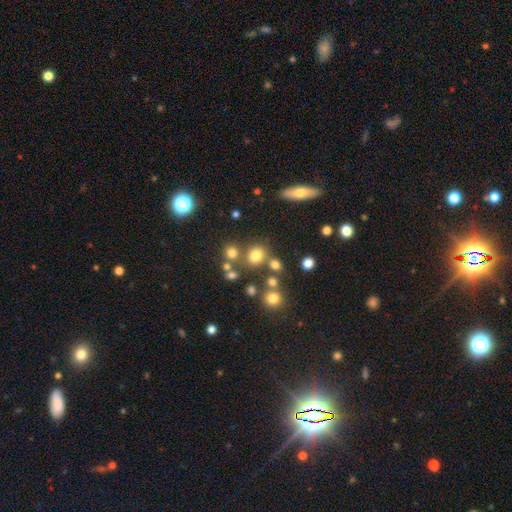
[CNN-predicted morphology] smooth_or_featured: smooth (p=0.73) [alt: star or artifact p=0.17]
how_rounded: round (p=0.71) [alt: in between p=0.28]
merging: none (p=0.67) [alt: merger p=0.17]